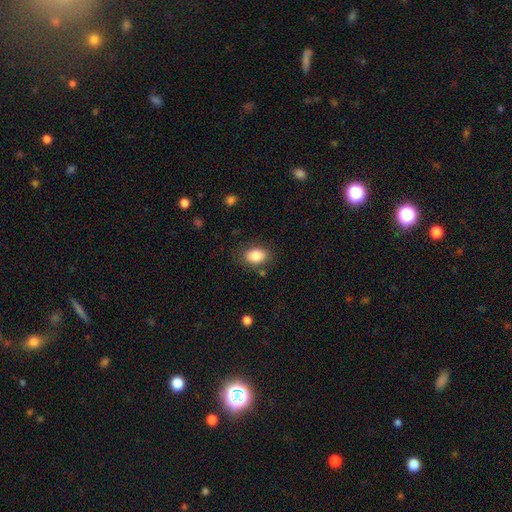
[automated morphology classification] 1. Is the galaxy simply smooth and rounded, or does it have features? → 85% smooth, 8% star or artifact, 6% featured or disk.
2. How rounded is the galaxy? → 77% in between, 22% round, 1% cigar-shaped.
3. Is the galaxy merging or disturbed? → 80% none, 13% minor disturbance, 4% major disturbance, 3% merger.